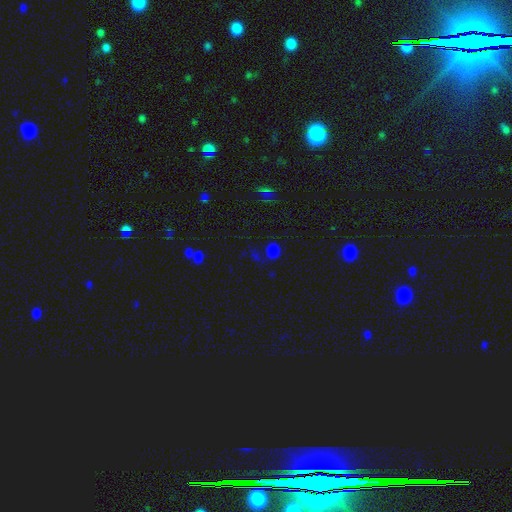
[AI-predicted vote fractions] A smooth galaxy with no disk features (55%) that is round (53%).

Vote fractions:
- Smooth or featured? smooth: 55% / star or artifact: 39% / featured or disk: 6%
- How rounded? round: 53% / in between: 44% / cigar-shaped: 3%
- Merging? none: 69% / minor disturbance: 14% / major disturbance: 9% / merger: 7%